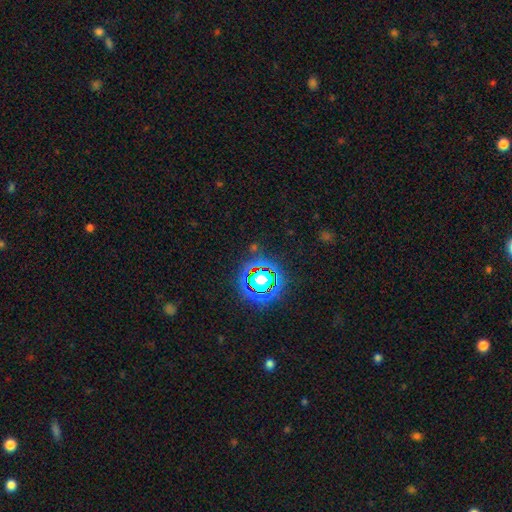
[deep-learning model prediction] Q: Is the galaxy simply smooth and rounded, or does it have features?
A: star or artifact — 78%.